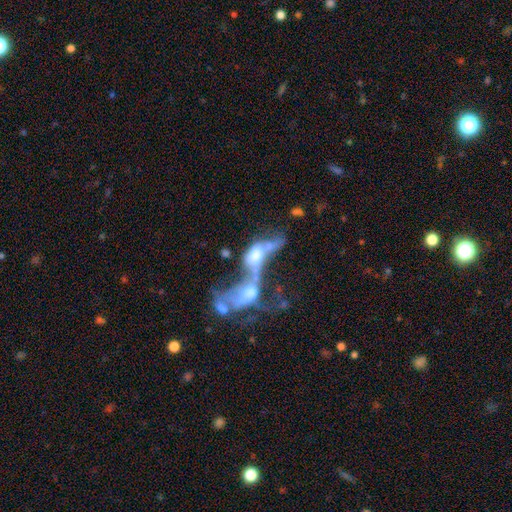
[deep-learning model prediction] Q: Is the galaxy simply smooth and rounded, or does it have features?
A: featured or disk — 50%.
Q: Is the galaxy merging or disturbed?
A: merger — 76%.